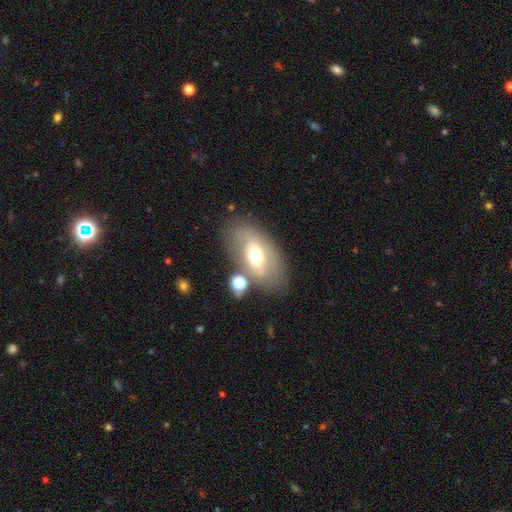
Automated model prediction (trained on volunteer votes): Morphology: type=smooth (47%); merging=none (68%).